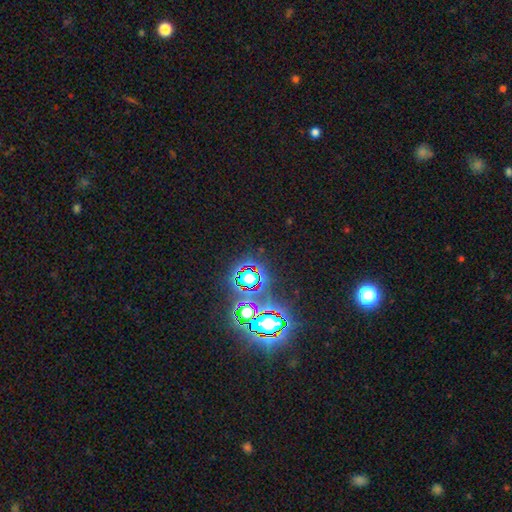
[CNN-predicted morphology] star or artifact 78%, smooth 14%, featured or disk 8%.